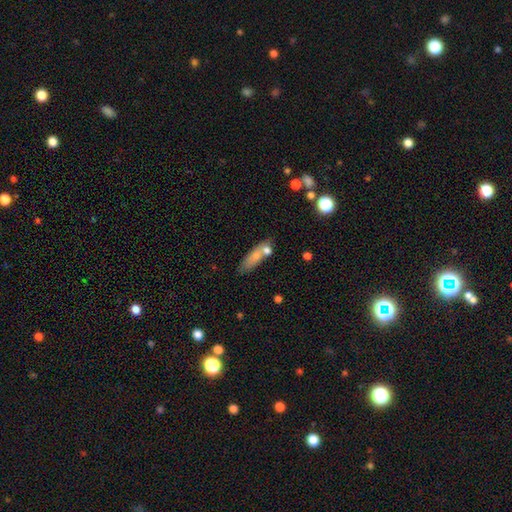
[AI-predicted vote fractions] smooth-or-featured: smooth: 74% | featured or disk: 18% | star or artifact: 8%
  how-rounded: cigar-shaped: 51% | in between: 45% | round: 4%
  merging: none: 55% | merger: 21% | minor disturbance: 18% | major disturbance: 6%